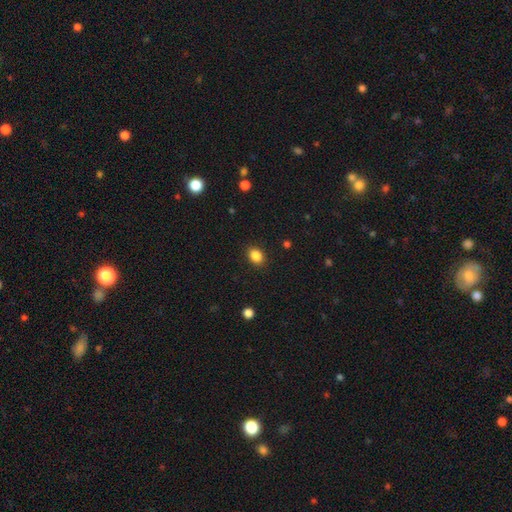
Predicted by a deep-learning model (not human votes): smooth 86%, star or artifact 10%, featured or disk 4%. Down the decision tree: how rounded — in between (61%); merging — none (88%).